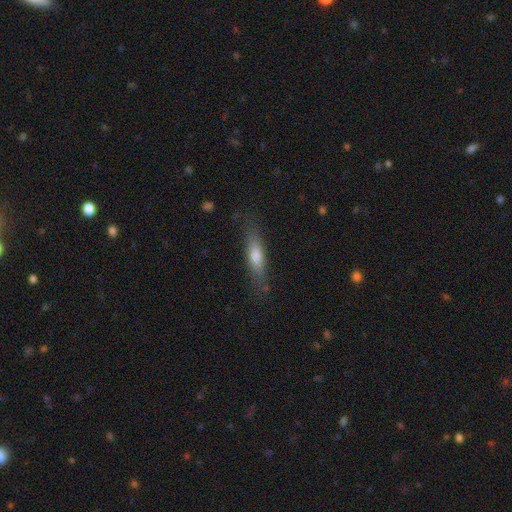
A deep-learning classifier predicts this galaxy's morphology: The model was most divided on "smooth or featured": smooth: 63%, featured or disk: 30%, star or artifact: 7%. More confident: merging — none (79%); how rounded — cigar-shaped (70%).